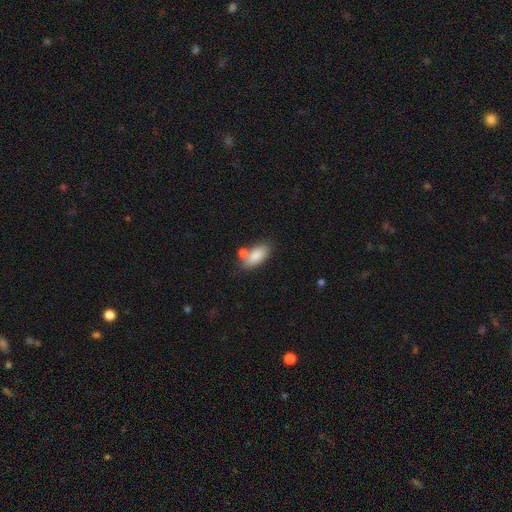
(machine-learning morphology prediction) The model was most divided on "merging": none: 62%, merger: 20%, minor disturbance: 14%, major disturbance: 4%. More confident: how rounded — in between (86%); smooth or featured — smooth (86%).